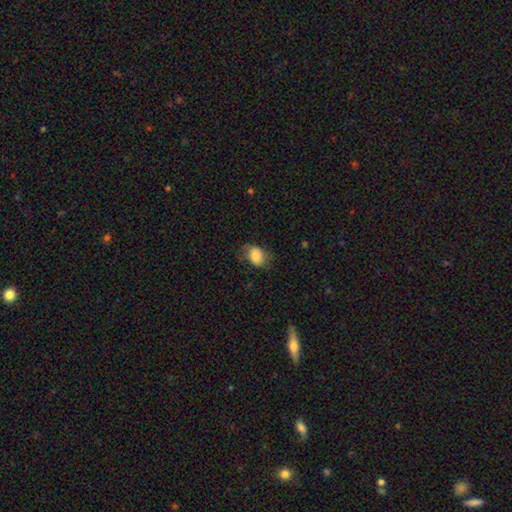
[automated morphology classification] A smooth galaxy with no disk features (80%) that is in between round and cigar-shaped (71%).

Vote fractions:
- Smooth or featured? smooth: 80% / featured or disk: 12% / star or artifact: 8%
- How rounded? in between: 71% / round: 28% / cigar-shaped: 1%
- Merging? none: 64% / minor disturbance: 25% / major disturbance: 9% / merger: 1%